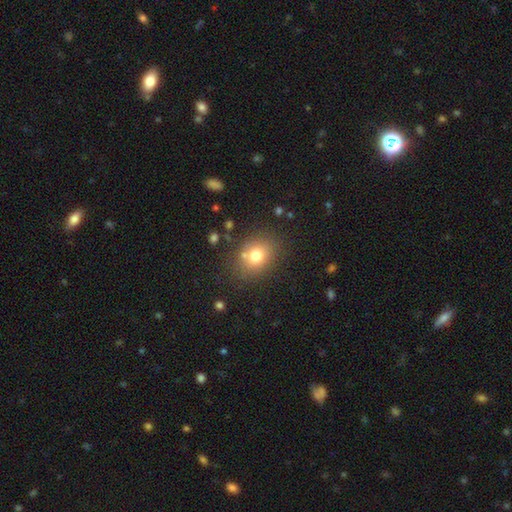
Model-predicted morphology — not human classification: Smooth or featured? Predicted: smooth (p=0.76). How rounded? Predicted: round (p=0.51). Merging? Predicted: none (p=0.75).